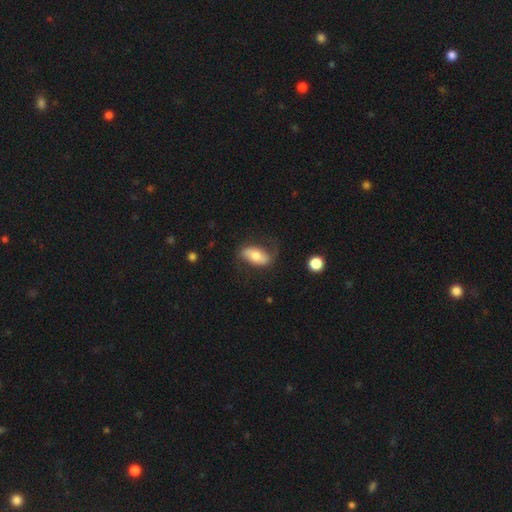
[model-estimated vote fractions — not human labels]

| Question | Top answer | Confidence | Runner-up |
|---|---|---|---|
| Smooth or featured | smooth | 51% | featured or disk (42%) |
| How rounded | in between | 88% | cigar-shaped (7%) |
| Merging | none | 64% | minor disturbance (22%) |